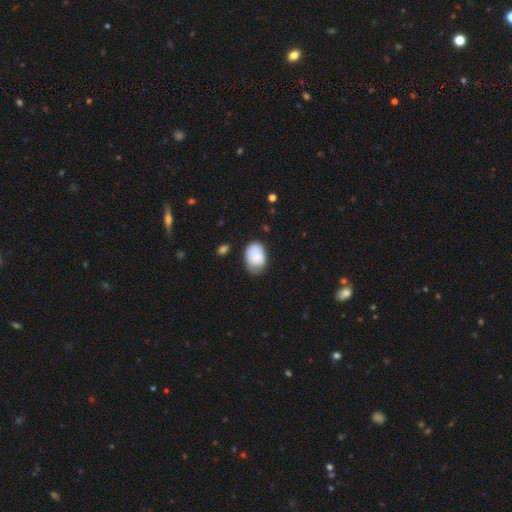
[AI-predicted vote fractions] Smooth or featured? Predicted: smooth (p=0.82). How rounded? Predicted: in between (p=0.79). Merging? Predicted: none (p=0.53).